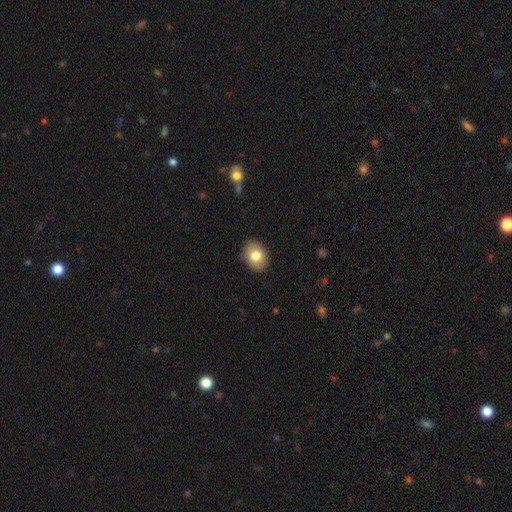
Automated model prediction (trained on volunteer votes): This is clearly a smooth galaxy (80%). How rounded: likely in between (71%). Merging: clearly none (87%).